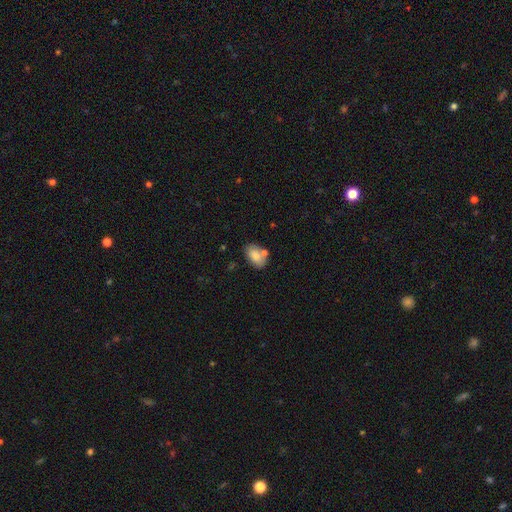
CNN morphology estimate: Q: Smooth or featured?
A: smooth (82%); runner-up: featured or disk (11%)
Q: How rounded?
A: in between (91%); runner-up: round (8%)
Q: Merging?
A: none (64%); runner-up: minor disturbance (16%)